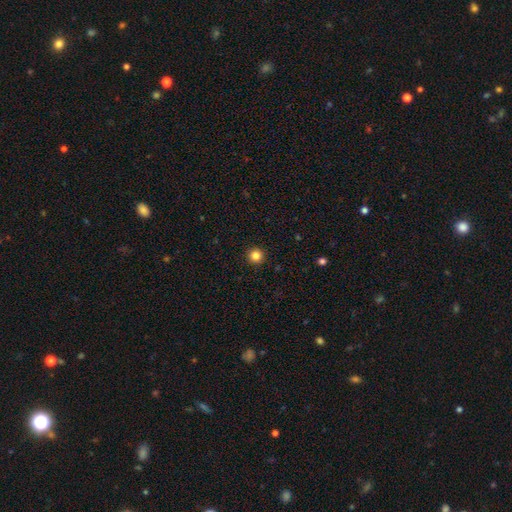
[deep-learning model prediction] smooth 84%, star or artifact 12%, featured or disk 4%. Down the decision tree: how rounded — round (96%); merging — none (94%).